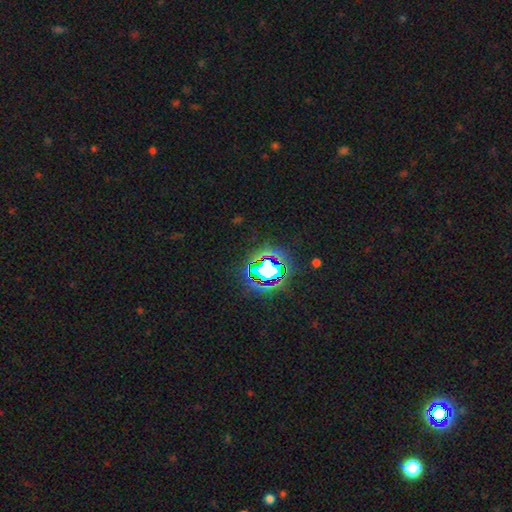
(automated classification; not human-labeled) Smooth or featured? Predicted: star or artifact (p=0.80).